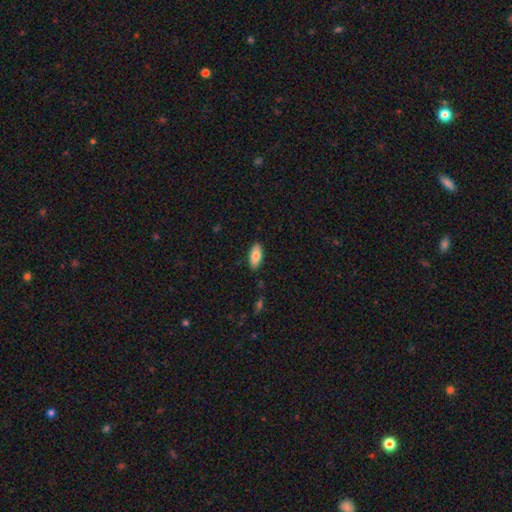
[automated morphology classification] Smooth or featured? Predicted: smooth (p=0.78). How rounded? Predicted: in between (p=0.85). Merging? Predicted: none (p=0.87).